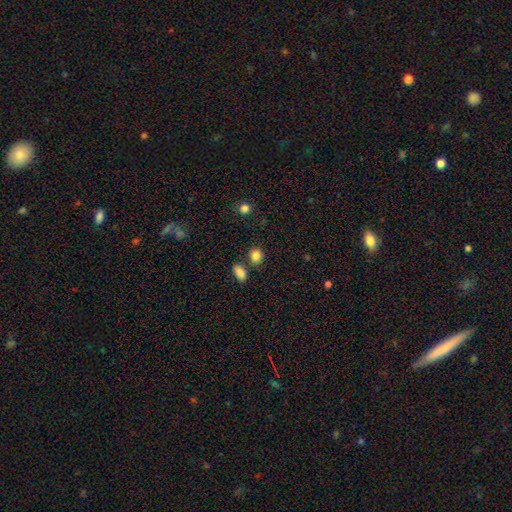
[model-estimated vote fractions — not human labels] smooth 85%, star or artifact 10%, featured or disk 4%. Down the decision tree: how rounded — round (72%); merging — none (77%).